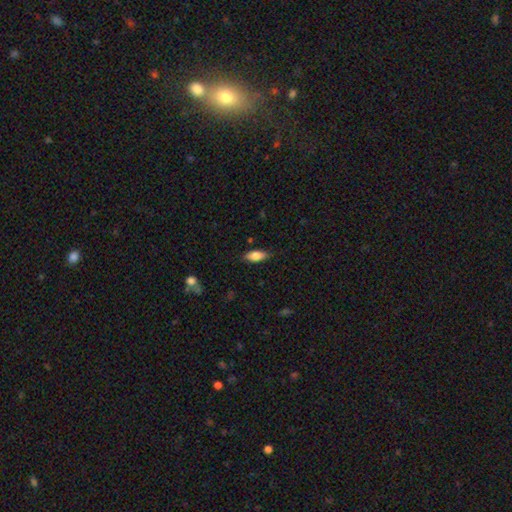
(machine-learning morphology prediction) Smooth or featured? Predicted: smooth (p=0.78). How rounded? Predicted: in between (p=0.83). Merging? Predicted: none (p=0.83).